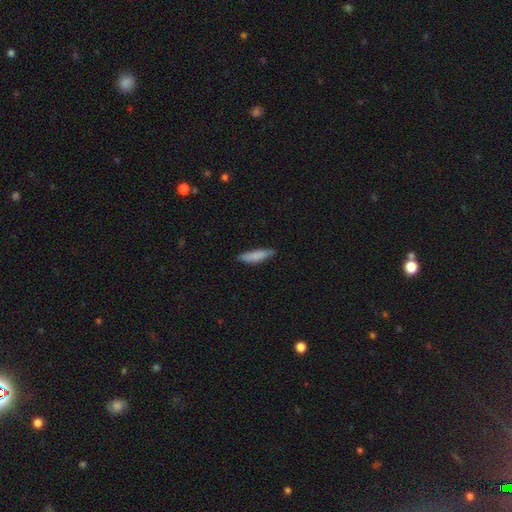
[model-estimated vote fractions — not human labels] A smooth galaxy with no disk features (82%) that is cigar-shaped (74%).

Vote fractions:
- Smooth or featured? smooth: 82% / featured or disk: 12% / star or artifact: 6%
- How rounded? cigar-shaped: 74% / in between: 25% / round: 1%
- Merging? none: 77% / minor disturbance: 19% / major disturbance: 3% / merger: 1%